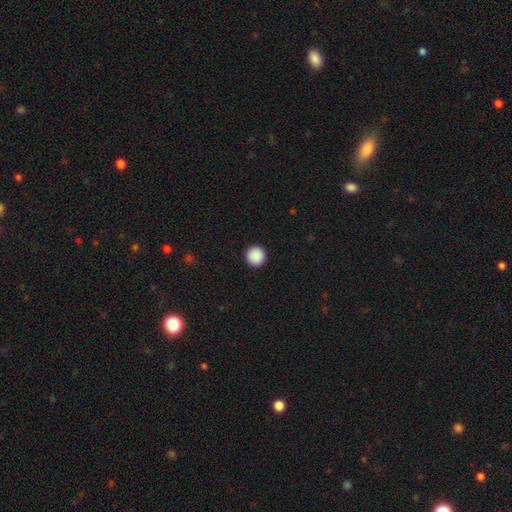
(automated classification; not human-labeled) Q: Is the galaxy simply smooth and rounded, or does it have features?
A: smooth — 90%.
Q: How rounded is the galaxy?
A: round — 96%.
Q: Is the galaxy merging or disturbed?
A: none — 93%.